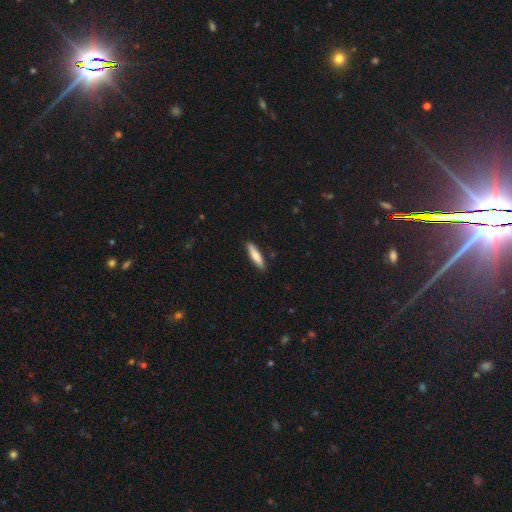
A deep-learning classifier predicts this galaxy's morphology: This appears to be a smooth galaxy with no disk features (72%) that is cigar-shaped (79%). Merging: none (89%).